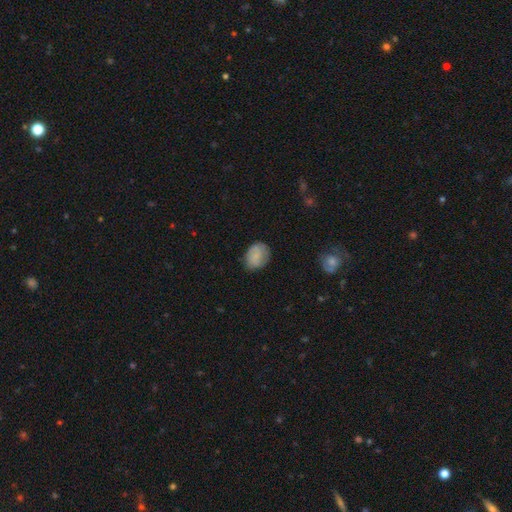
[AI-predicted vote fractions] Overall: smooth (73%). How rounded: in between (58%; round 41%). Merging: none (70%).